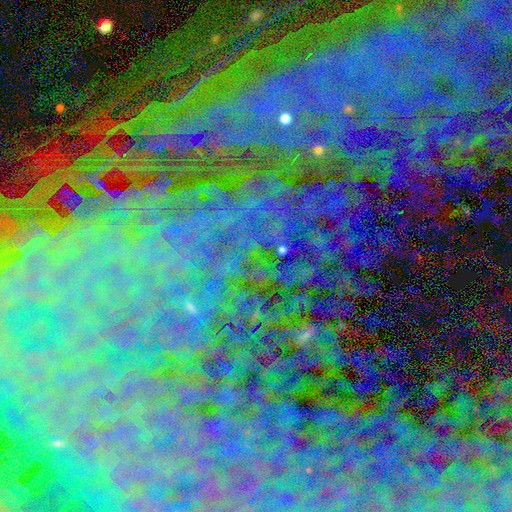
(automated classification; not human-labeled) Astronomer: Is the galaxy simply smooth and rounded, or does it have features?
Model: star or artifact — 83%.